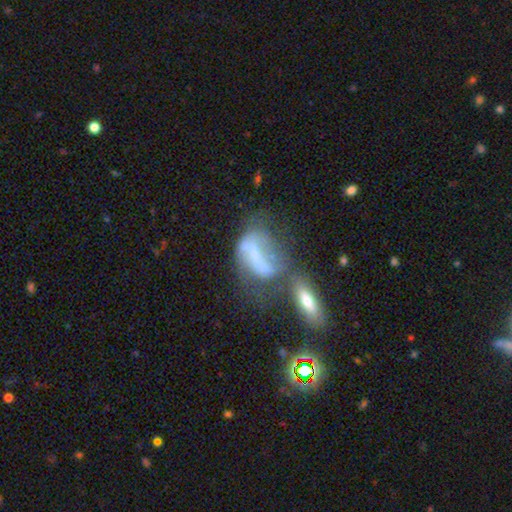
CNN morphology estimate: This is possibly a featured or disk galaxy (49%). Merging: marginally merger (43%).